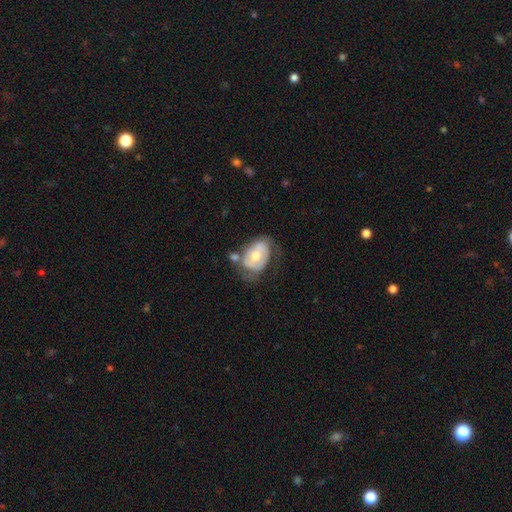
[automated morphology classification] The model was most divided on "merging": none: 37%, minor disturbance: 27%, major disturbance: 18%, merger: 17%. More confident: edge-on disk — no (95%); bulge size — moderate (73%); bar — no (70%); spiral arms — no (56%); smooth or featured — featured or disk (54%).